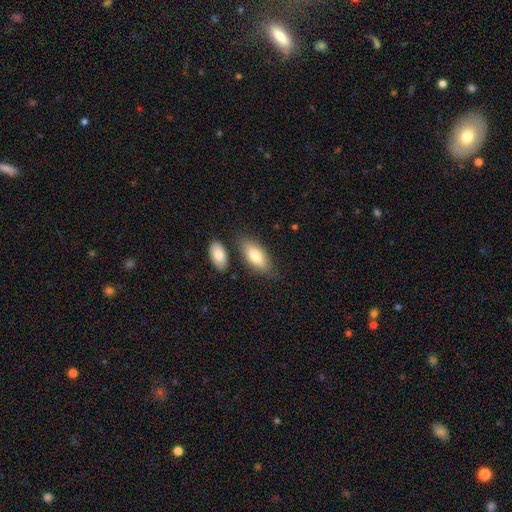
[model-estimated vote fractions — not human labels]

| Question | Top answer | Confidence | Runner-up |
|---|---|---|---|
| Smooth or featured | smooth | 73% | featured or disk (20%) |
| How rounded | in between | 81% | cigar-shaped (16%) |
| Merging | none | 72% | minor disturbance (14%) |